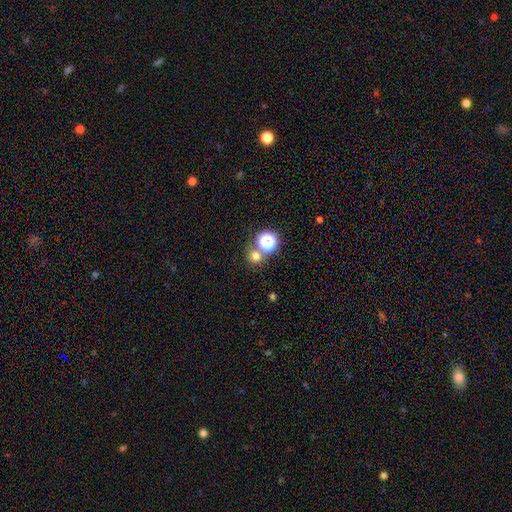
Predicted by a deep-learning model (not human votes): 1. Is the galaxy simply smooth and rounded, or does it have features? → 70% smooth, 23% star or artifact, 7% featured or disk.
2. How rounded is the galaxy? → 88% round, 11% in between, 1% cigar-shaped.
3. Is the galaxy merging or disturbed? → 66% none, 24% merger, 7% minor disturbance, 3% major disturbance.